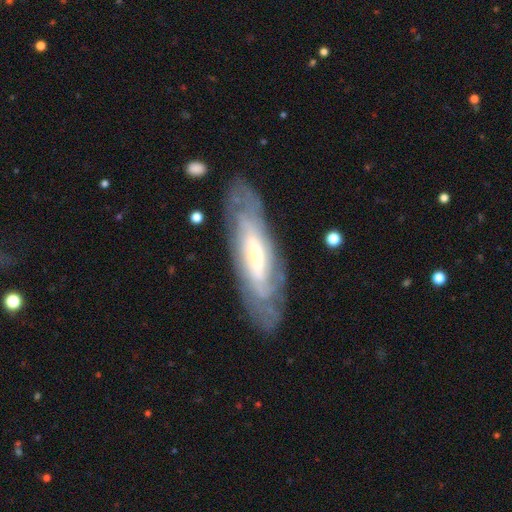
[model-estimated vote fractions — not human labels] A featured or disk galaxy (73%) with no bar (39%), spiral arms (75%) and a small central bulge (52%). Merging: none (77%).